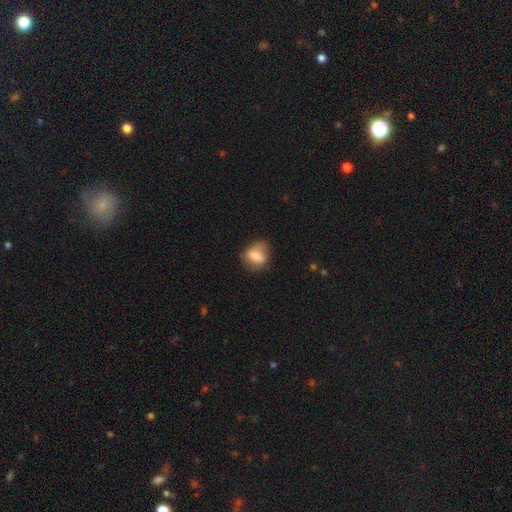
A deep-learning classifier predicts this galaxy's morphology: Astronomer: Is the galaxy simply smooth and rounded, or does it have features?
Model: smooth — 68%.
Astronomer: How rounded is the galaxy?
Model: in between — 59% (runner-up: round, 38%).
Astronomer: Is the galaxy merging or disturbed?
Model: none — 60%.